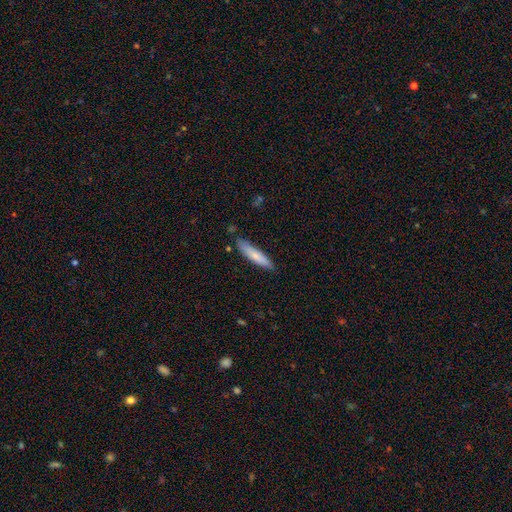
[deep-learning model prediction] Smooth or featured: smooth — 74% (featured or disk — 20%)
How rounded: cigar-shaped — 83% (in between — 16%)
Merging: none — 81% (minor disturbance — 14%)